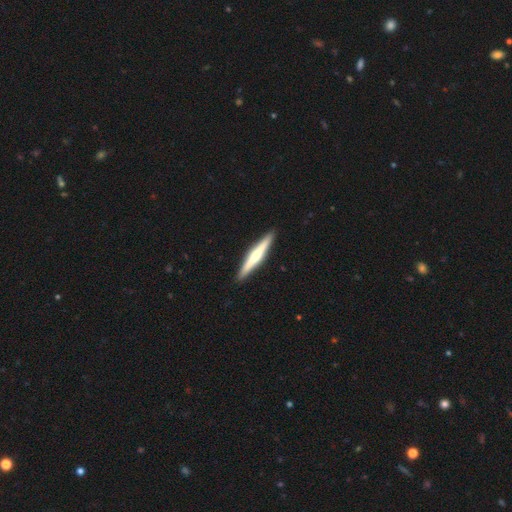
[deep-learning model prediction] This appears to be a featured or disk galaxy (62%) viewed edge-on (97%) with a rounded central bulge (78%). Merging: none (92%).